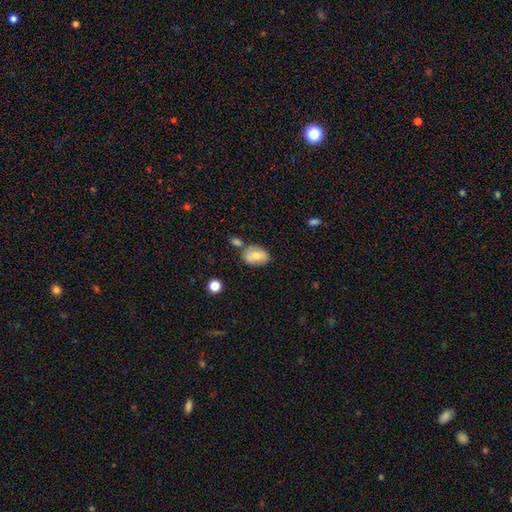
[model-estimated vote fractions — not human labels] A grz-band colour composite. It shows a smooth galaxy with no disk features (70%) that is in between round and cigar-shaped (81%). Merging: none (59%).